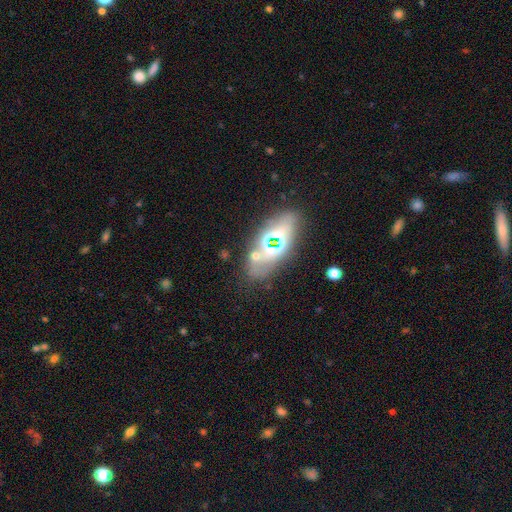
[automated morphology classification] smooth-or-featured: featured or disk: 40% | smooth: 38% | star or artifact: 22%
  merging: none: 63% | minor disturbance: 17% | merger: 11% | major disturbance: 10%